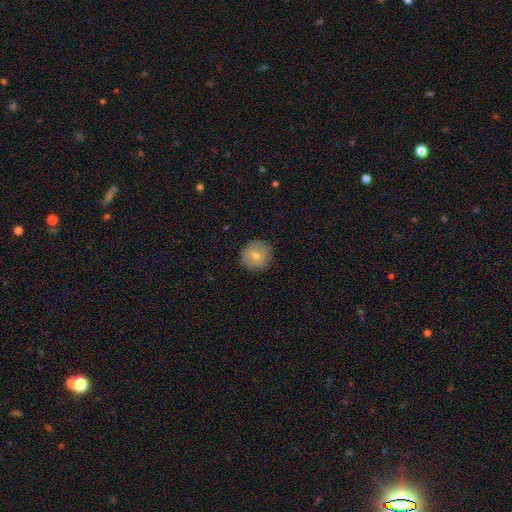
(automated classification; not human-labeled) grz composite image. It shows a smooth galaxy with no disk features (69%) that is round (91%). Merging: none (89%).